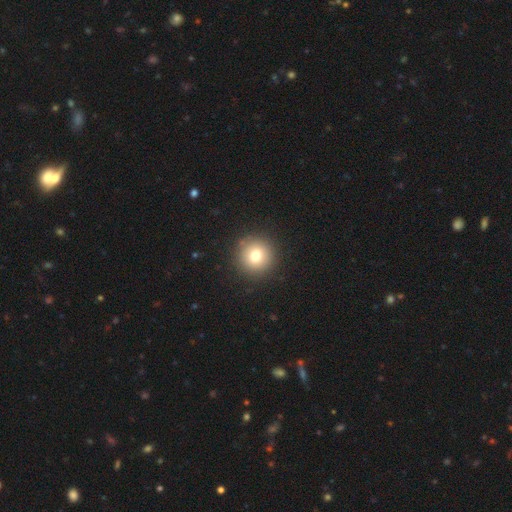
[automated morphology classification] Smooth or featured? Predicted: smooth (p=0.75). How rounded? Predicted: round (p=0.95). Merging? Predicted: none (p=0.91).